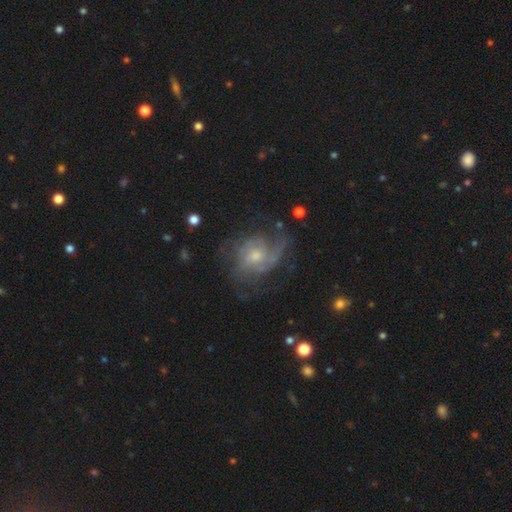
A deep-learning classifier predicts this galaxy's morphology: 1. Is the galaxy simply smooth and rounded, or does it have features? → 74% featured or disk, 17% smooth, 9% star or artifact.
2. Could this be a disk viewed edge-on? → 97% no, 3% yes.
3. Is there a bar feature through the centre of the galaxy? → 72% no, 25% weak, 3% strong.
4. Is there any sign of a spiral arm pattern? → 85% yes, 15% no.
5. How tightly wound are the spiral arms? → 43% medium, 29% tight, 27% loose.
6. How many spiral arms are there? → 36% can't tell, 25% 2, 17% 3, 11% 1, 6% 4, 5% more than 4.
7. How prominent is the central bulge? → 49% moderate, 42% small, 4% large, 4% none, 1% dominant.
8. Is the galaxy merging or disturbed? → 56% none, 22% major disturbance, 21% minor disturbance, 2% merger.